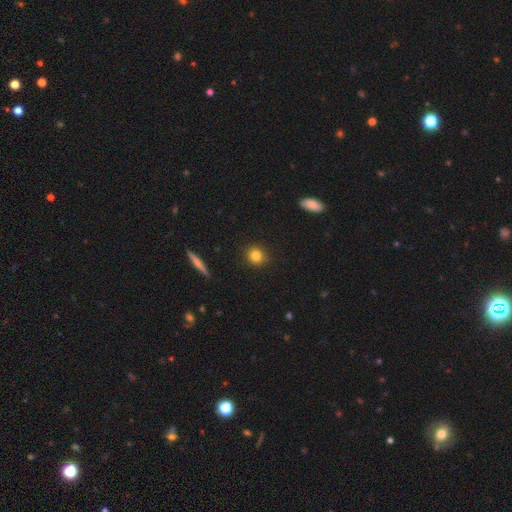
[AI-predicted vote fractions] smooth_or_featured: smooth (p=0.82) [alt: star or artifact p=0.11]
how_rounded: round (p=0.88) [alt: in between p=0.10]
merging: none (p=0.90) [alt: minor disturbance p=0.07]